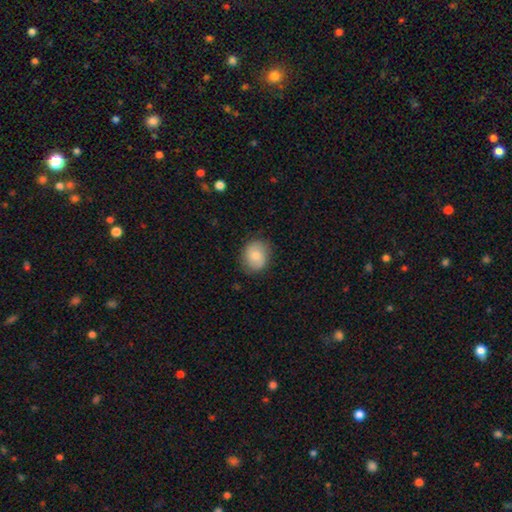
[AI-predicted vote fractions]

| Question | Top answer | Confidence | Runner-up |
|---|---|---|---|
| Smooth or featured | smooth | 73% | featured or disk (20%) |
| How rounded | round | 65% | in between (34%) |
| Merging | none | 82% | minor disturbance (14%) |